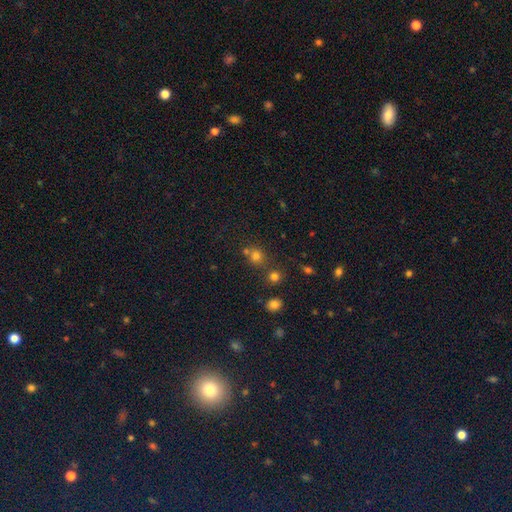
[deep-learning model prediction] Q: Smooth or featured?
A: smooth (67%); runner-up: star or artifact (25%)
Q: How rounded?
A: round (84%); runner-up: in between (15%)
Q: Merging?
A: none (63%); runner-up: merger (24%)